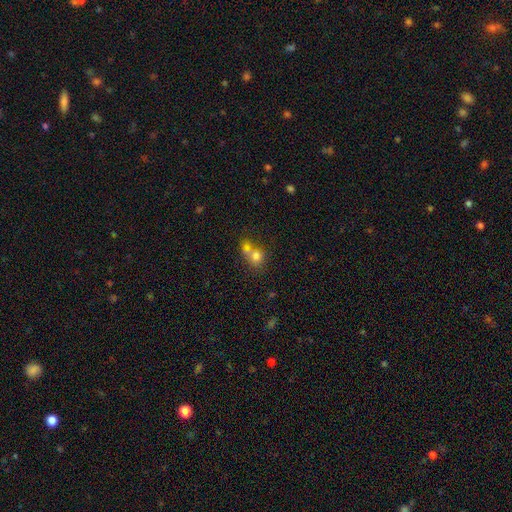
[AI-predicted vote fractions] Smooth or featured: smooth — 72% (featured or disk — 15%)
How rounded: round — 65% (in between — 33%)
Merging: merger — 53% (none — 30%)